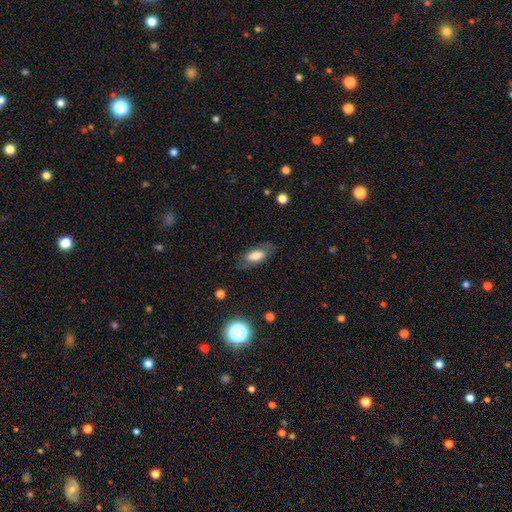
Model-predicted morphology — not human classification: Smooth or featured? smooth (67%)
How rounded? in between (84%)
Merging? none (75%)